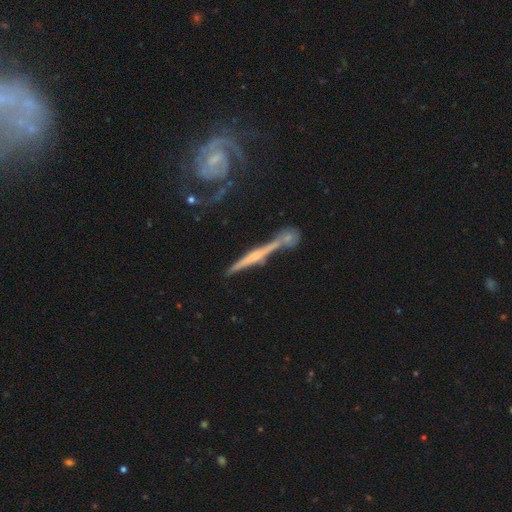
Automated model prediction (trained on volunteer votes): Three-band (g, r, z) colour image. It shows a featured or disk galaxy (81%) viewed edge-on (93%) with a rounded central bulge (54%). Merging: none (54%).